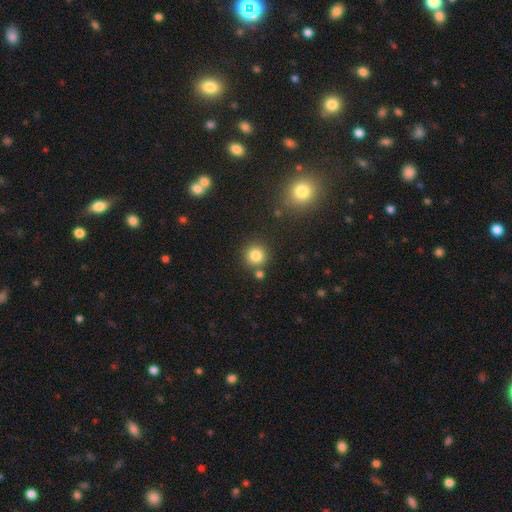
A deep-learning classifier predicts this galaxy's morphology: smooth_or_featured: smooth (p=0.83) [alt: star or artifact p=0.12]
how_rounded: round (p=0.93) [alt: in between p=0.06]
merging: none (p=0.81) [alt: merger p=0.09]